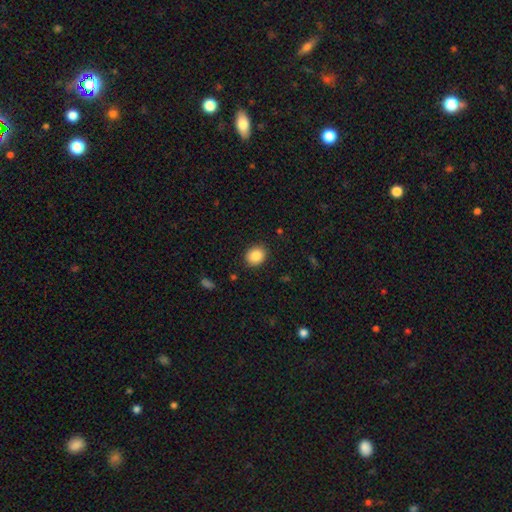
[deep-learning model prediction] Smooth or featured?
  - smooth: 86% *
  - star or artifact: 9%
  - featured or disk: 5%
How rounded?
  - round: 66% *
  - in between: 34%
  - cigar-shaped: 1%
Merging?
  - none: 88% *
  - minor disturbance: 8%
  - major disturbance: 2%
  - merger: 1%